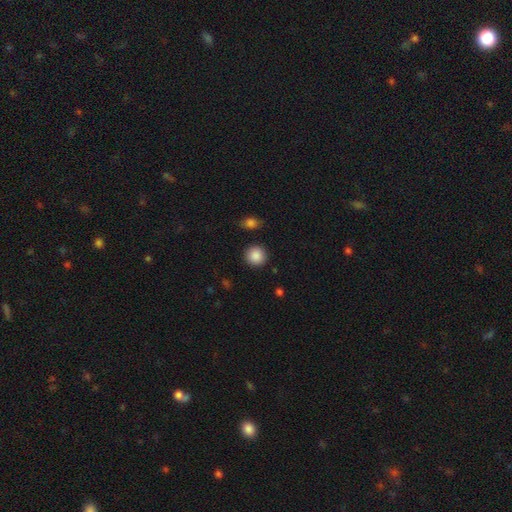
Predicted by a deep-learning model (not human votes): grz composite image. It shows a smooth galaxy with no disk features (89%) that is round (92%). Merging: none (90%).